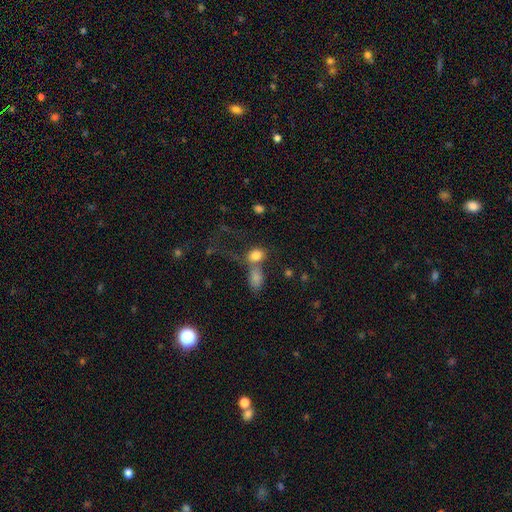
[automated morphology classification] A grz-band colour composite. It shows a smooth galaxy with no disk features (79%) that is in between round and cigar-shaped (62%). Merging: merger (46%).